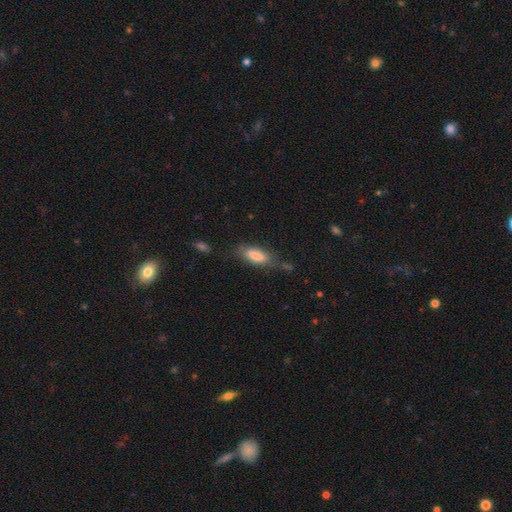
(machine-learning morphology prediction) smooth 78%, featured or disk 14%, star or artifact 8%. Down the decision tree: how rounded — in between (65%); merging — none (64%).